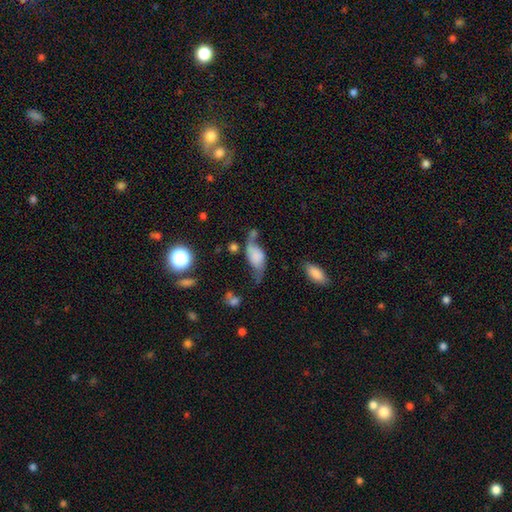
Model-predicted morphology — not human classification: Smooth or featured? Predicted: featured or disk (p=0.51). Edge-on disk? Predicted: no (p=0.88). Merging? Predicted: none (p=0.35).